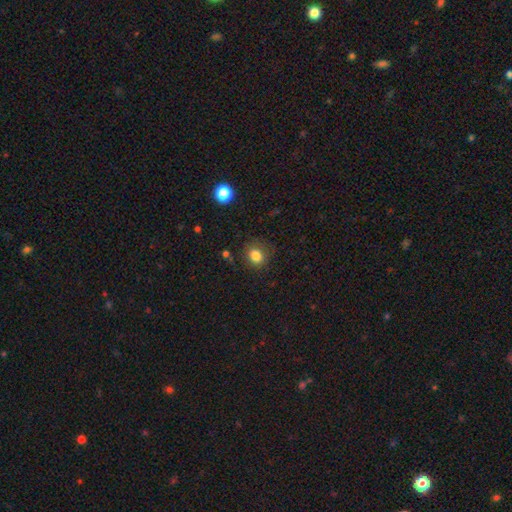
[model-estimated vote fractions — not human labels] This is clearly a smooth galaxy (83%). How rounded: likely round (70%). Merging: likely none (80%).